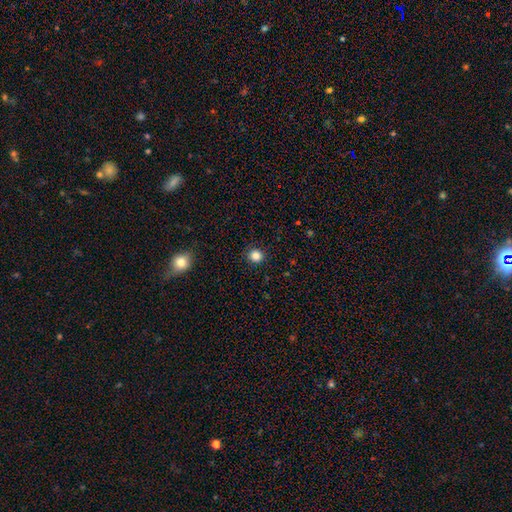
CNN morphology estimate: Smooth or featured: smooth — 84% (star or artifact — 12%)
How rounded: round — 90% (in between — 9%)
Merging: none — 91% (minor disturbance — 6%)